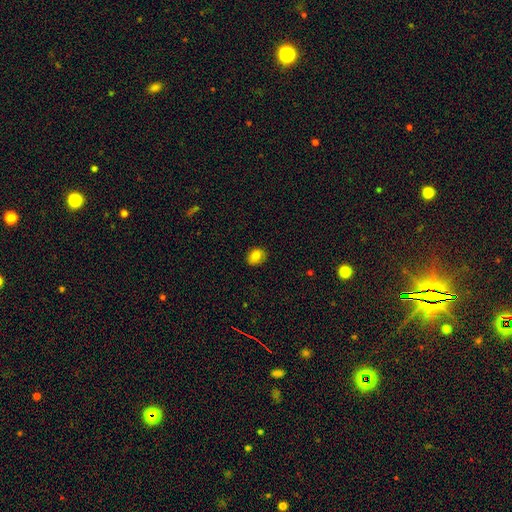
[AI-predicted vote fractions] smooth-or-featured: smooth: 81% | star or artifact: 10% | featured or disk: 9%
  how-rounded: round: 52% | in between: 47% | cigar-shaped: 1%
  merging: none: 81% | minor disturbance: 15% | major disturbance: 3% | merger: 1%